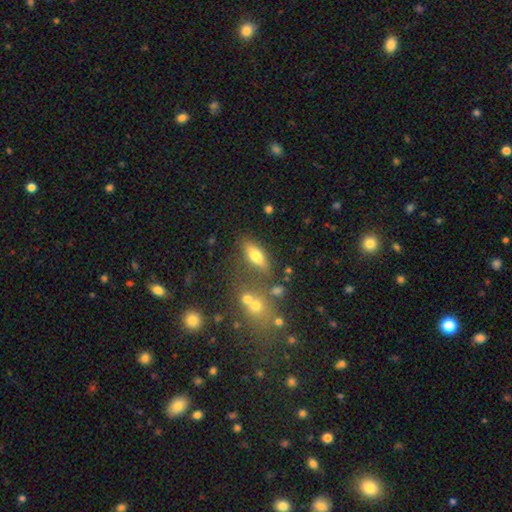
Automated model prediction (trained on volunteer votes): The model was most divided on "how rounded": in between: 67%, cigar-shaped: 28%, round: 5%. More confident: smooth or featured — smooth (69%); merging — none (69%).